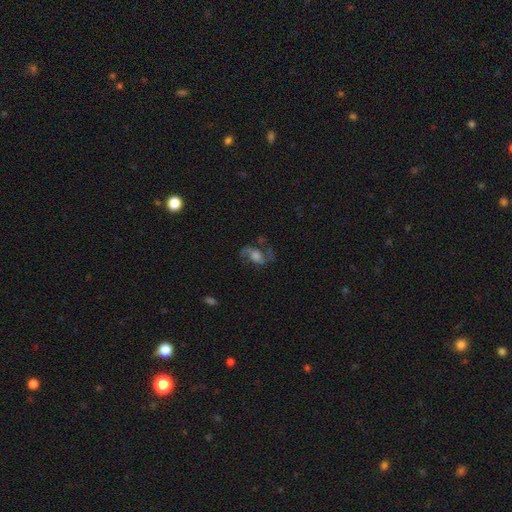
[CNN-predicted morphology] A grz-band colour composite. It shows a featured or disk galaxy (73%) with no bar (55%), 2 (87%) loose (50%) spiral arms (90%) and a moderate central bulge (37%). Merging: none (61%).